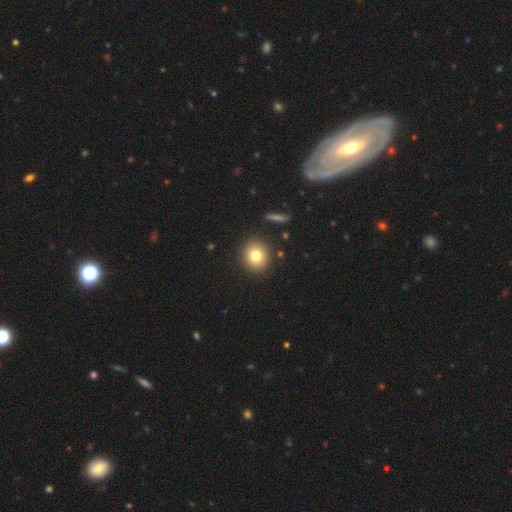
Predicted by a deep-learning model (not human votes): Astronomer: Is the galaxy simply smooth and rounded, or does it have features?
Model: smooth — 78%.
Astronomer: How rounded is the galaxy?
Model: round — 87%.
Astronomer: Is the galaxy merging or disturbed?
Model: none — 89%.